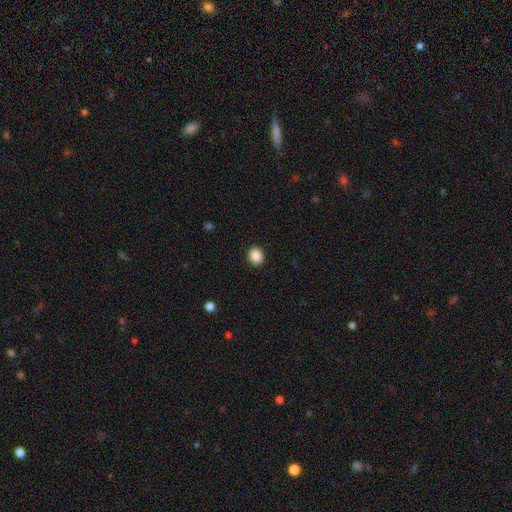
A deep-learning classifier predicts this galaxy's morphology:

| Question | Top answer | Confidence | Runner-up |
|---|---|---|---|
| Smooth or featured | smooth | 88% | star or artifact (9%) |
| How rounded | round | 64% | in between (35%) |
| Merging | none | 91% | minor disturbance (6%) |